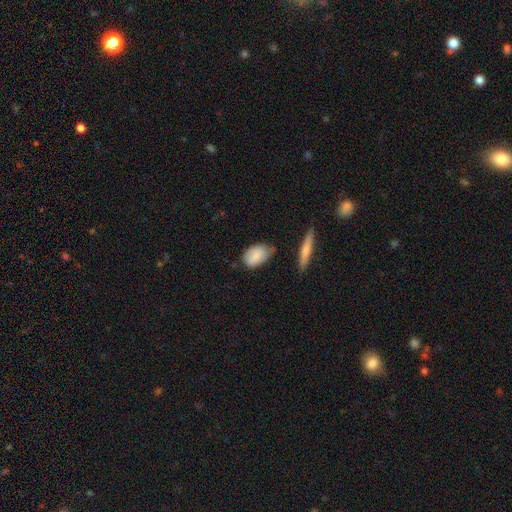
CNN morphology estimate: Overall: smooth (78%). How rounded: in between (89%). Merging: none (61%; minor disturbance 28%).